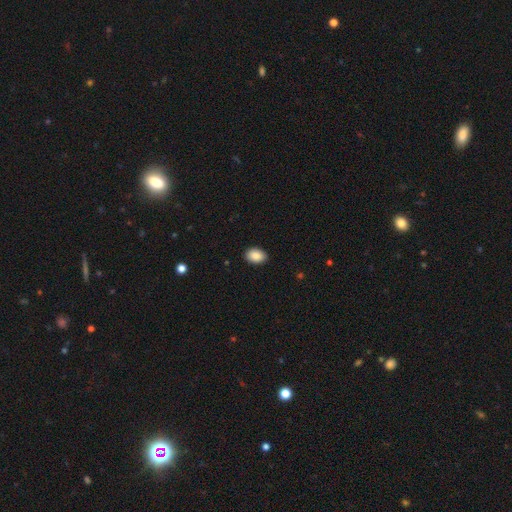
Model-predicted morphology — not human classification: The model was most divided on "how rounded": in between: 83%, round: 16%, cigar-shaped: 1%. More confident: merging — none (89%); smooth or featured — smooth (88%).